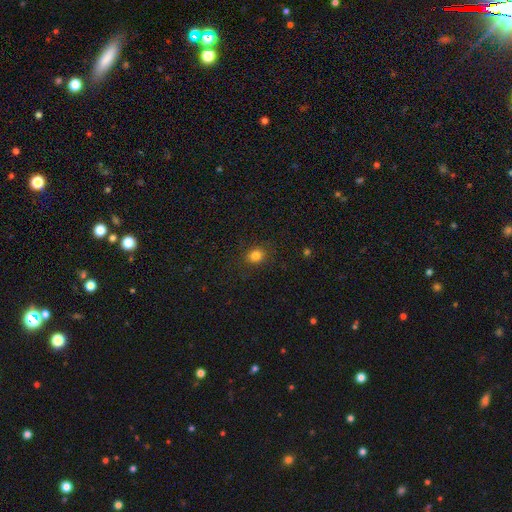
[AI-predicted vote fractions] smooth-or-featured: smooth: 82% | star or artifact: 13% | featured or disk: 5%
  how-rounded: round: 69% | in between: 31% | cigar-shaped: 1%
  merging: none: 86% | minor disturbance: 9% | major disturbance: 3% | merger: 1%